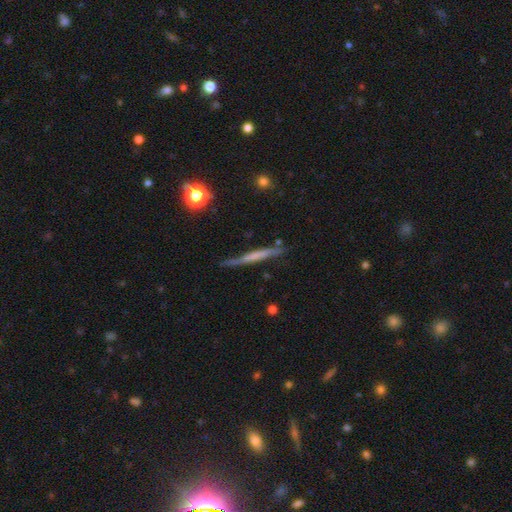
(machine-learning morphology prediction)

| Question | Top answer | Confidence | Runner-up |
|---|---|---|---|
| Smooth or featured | featured or disk | 54% | smooth (39%) |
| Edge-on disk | yes | 93% | no (7%) |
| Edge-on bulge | none | 72% | rounded (14%) |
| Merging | none | 76% | minor disturbance (17%) |